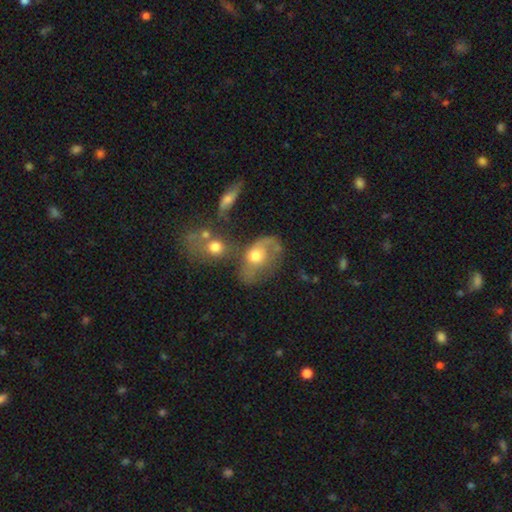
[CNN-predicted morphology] Smooth or featured?
  - smooth: 48% *
  - featured or disk: 41%
  - star or artifact: 11%
Merging?
  - merger: 34% *
  - none: 25%
  - major disturbance: 24%
  - minor disturbance: 17%